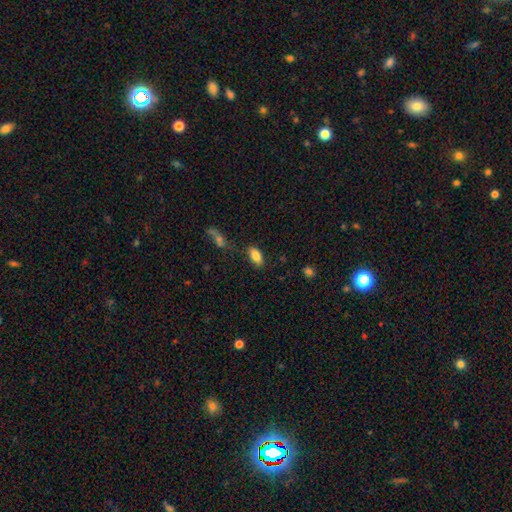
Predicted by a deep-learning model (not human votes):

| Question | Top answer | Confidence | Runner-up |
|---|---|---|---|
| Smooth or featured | smooth | 83% | featured or disk (9%) |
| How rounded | in between | 90% | cigar-shaped (6%) |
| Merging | none | 79% | minor disturbance (13%) |